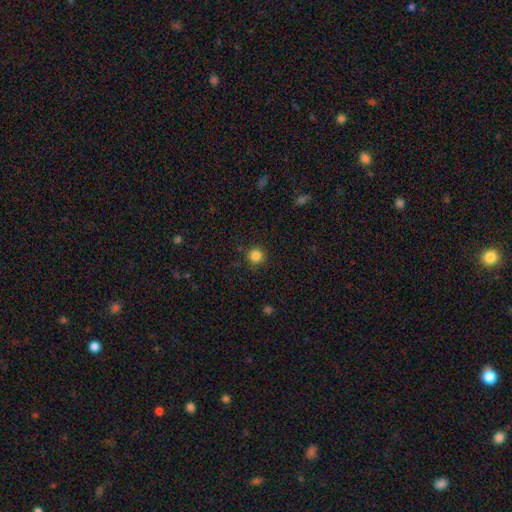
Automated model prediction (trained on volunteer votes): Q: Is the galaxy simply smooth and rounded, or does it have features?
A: smooth — 84%.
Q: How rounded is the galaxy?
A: round — 95%.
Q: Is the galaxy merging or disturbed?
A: none — 89%.